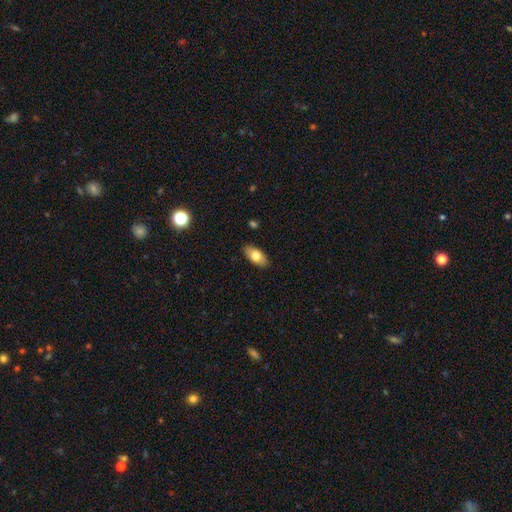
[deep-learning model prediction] Q: Smooth or featured?
A: smooth (76%); runner-up: featured or disk (18%)
Q: How rounded?
A: in between (90%); runner-up: cigar-shaped (6%)
Q: Merging?
A: none (88%); runner-up: minor disturbance (9%)